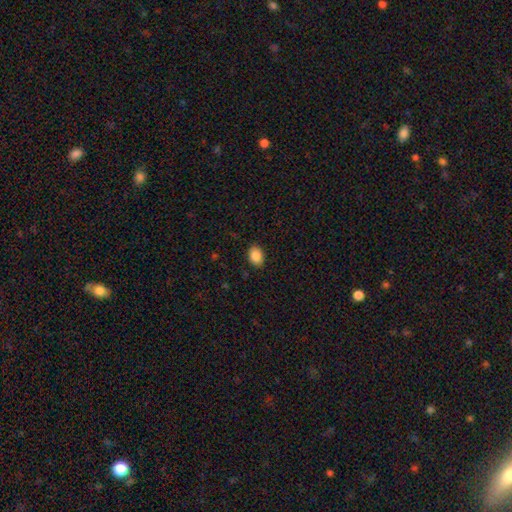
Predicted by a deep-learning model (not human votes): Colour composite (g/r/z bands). It shows a smooth galaxy with no disk features (87%) that is in between round and cigar-shaped (76%). Merging: none (88%).